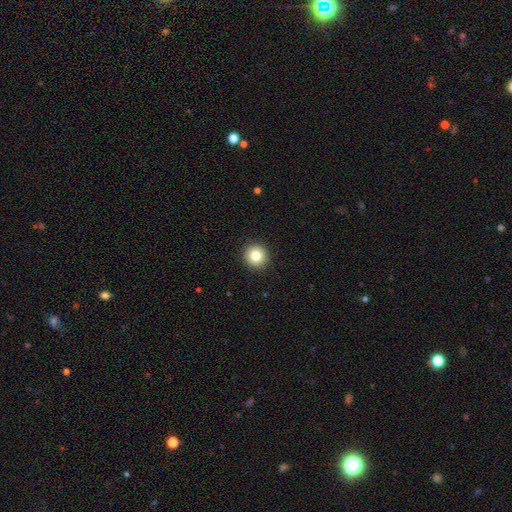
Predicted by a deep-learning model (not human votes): Smooth or featured? smooth (82%)
How rounded? round (95%)
Merging? none (93%)